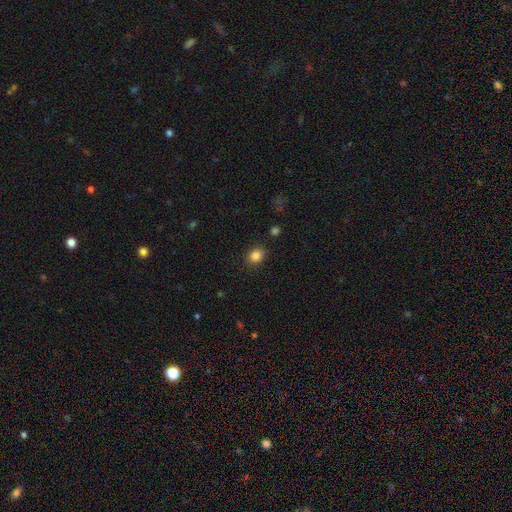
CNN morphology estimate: The model was most divided on "how rounded": round: 57%, in between: 42%, cigar-shaped: 1%. More confident: merging — none (87%); smooth or featured — smooth (85%).